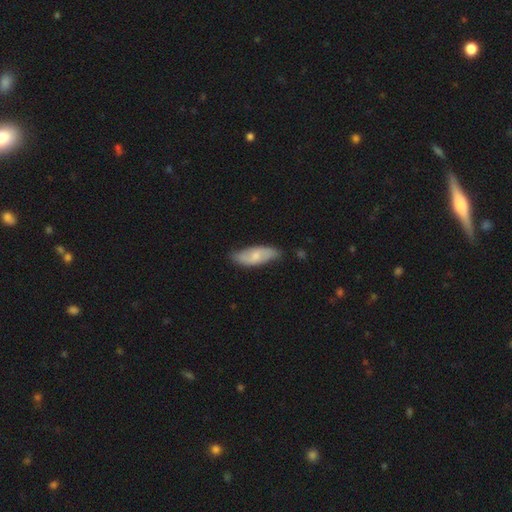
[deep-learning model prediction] Morphology: type=smooth (57%); roundness=in between (75%); merging=none (73%).